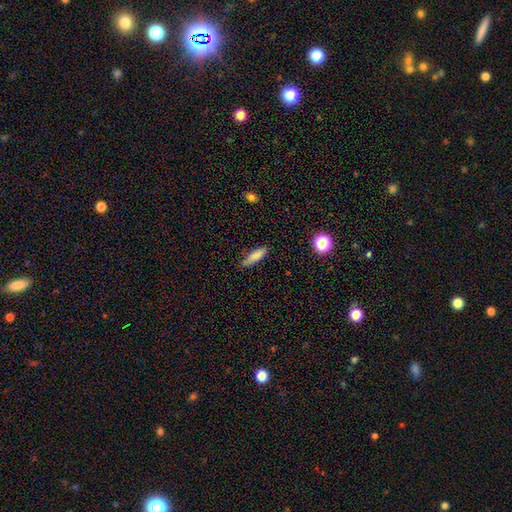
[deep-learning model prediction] smooth-or-featured: smooth: 81% | featured or disk: 11% | star or artifact: 8%
  how-rounded: cigar-shaped: 63% | in between: 35% | round: 2%
  merging: none: 77% | minor disturbance: 18% | major disturbance: 3% | merger: 2%